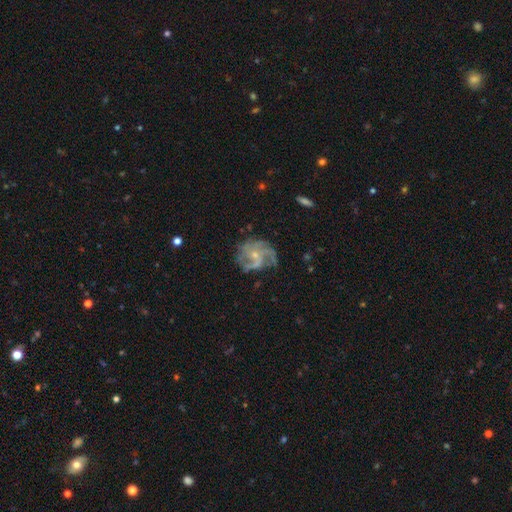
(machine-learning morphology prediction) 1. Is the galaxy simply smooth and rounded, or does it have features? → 83% featured or disk, 10% smooth, 7% star or artifact.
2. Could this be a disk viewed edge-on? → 98% no, 2% yes.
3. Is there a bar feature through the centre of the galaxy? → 68% no, 27% weak, 5% strong.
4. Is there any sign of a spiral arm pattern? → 92% yes, 8% no.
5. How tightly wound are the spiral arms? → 47% medium, 30% tight, 23% loose.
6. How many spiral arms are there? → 33% 3, 22% can't tell, 17% 2, 15% 4, 6% more than 4, 6% 1.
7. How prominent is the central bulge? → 69% small, 26% moderate, 3% none, 1% large, 1% dominant.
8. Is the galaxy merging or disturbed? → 62% none, 22% minor disturbance, 14% major disturbance, 2% merger.